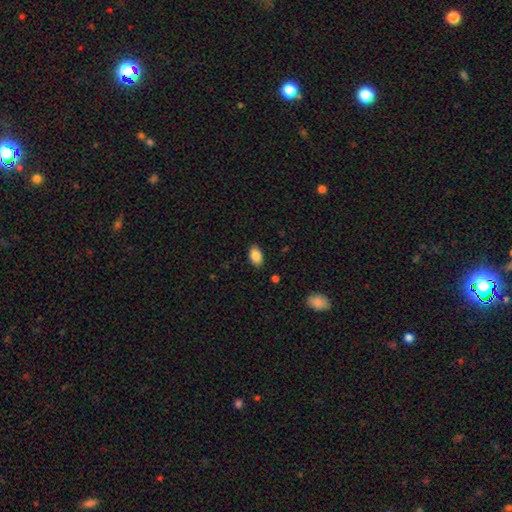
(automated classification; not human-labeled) A smooth galaxy with no disk features (86%) that is in between round and cigar-shaped (90%). Merging: none (86%).